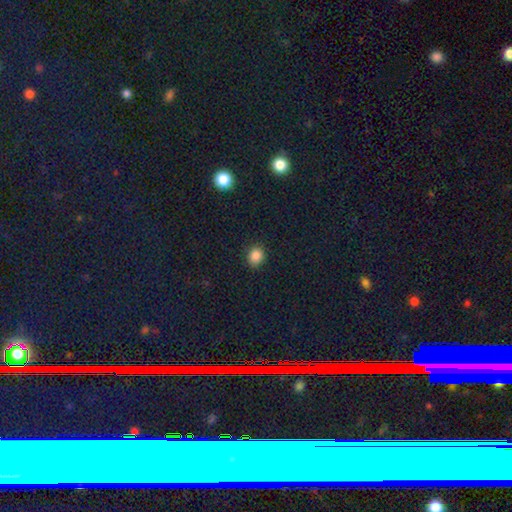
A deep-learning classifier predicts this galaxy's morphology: A smooth galaxy with no disk features (85%) that is round (66%).

Vote fractions:
- Smooth or featured? smooth: 85% / star or artifact: 12% / featured or disk: 4%
- How rounded? round: 66% / in between: 33% / cigar-shaped: 1%
- Merging? none: 87% / minor disturbance: 10% / major disturbance: 2% / merger: 1%